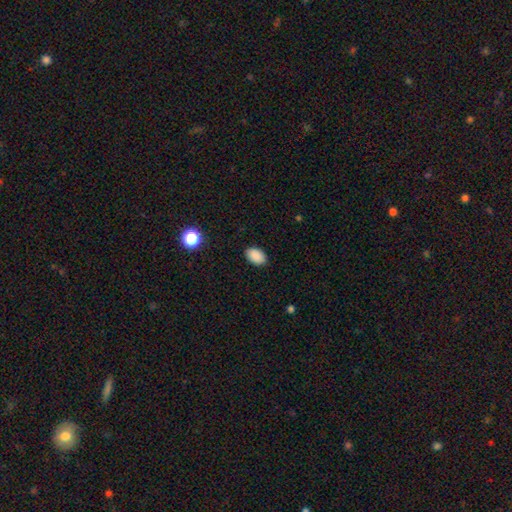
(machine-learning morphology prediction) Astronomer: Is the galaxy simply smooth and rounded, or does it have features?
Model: smooth — 89%.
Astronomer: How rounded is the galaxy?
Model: in between — 87%.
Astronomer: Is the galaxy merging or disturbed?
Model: none — 88%.